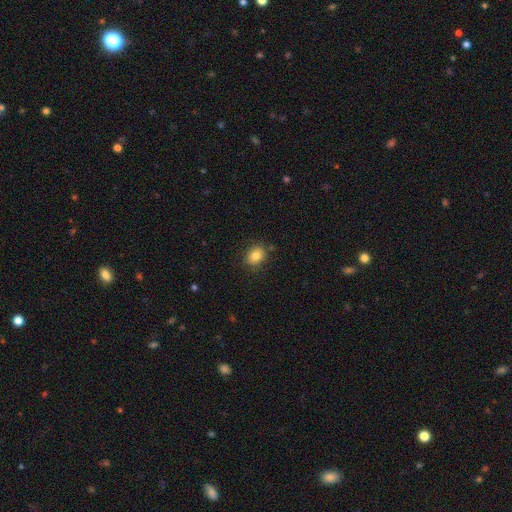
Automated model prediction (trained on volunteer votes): This is clearly a smooth galaxy (82%). How rounded: possibly round (50%). Merging: clearly none (84%).